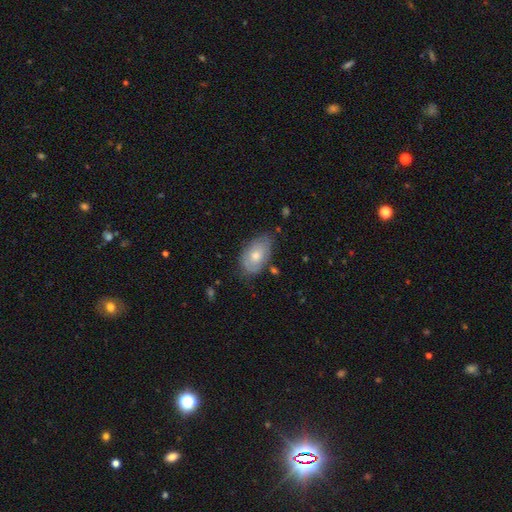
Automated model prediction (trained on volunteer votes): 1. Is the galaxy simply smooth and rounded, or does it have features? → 53% smooth, 40% featured or disk, 7% star or artifact.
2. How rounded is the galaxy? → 90% in between, 9% round, 2% cigar-shaped.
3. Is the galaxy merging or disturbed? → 62% none, 28% minor disturbance, 7% major disturbance, 3% merger.